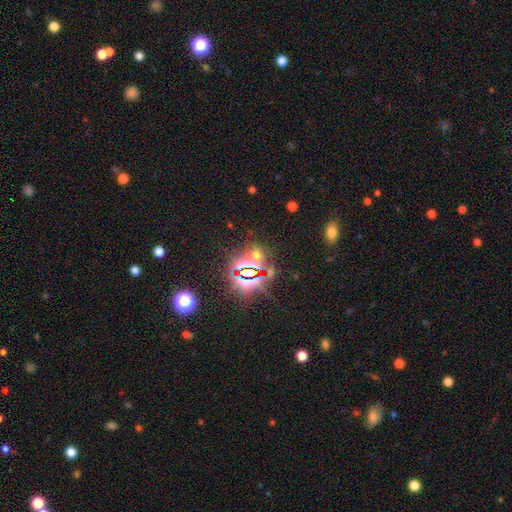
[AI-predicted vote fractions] Smooth or featured?
  - star or artifact: 69% *
  - smooth: 24%
  - featured or disk: 8%